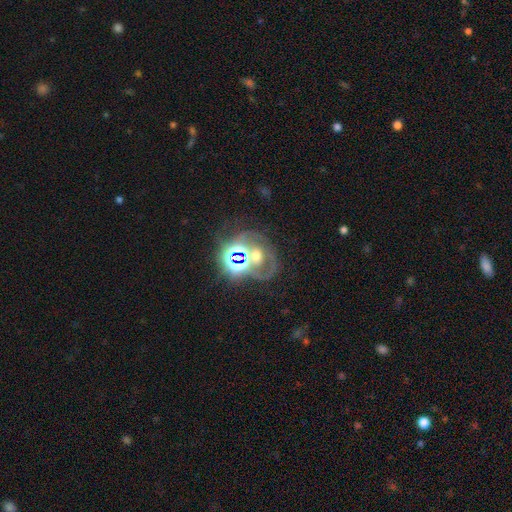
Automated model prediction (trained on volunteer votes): smooth-or-featured: star or artifact: 42% | featured or disk: 36% | smooth: 22%